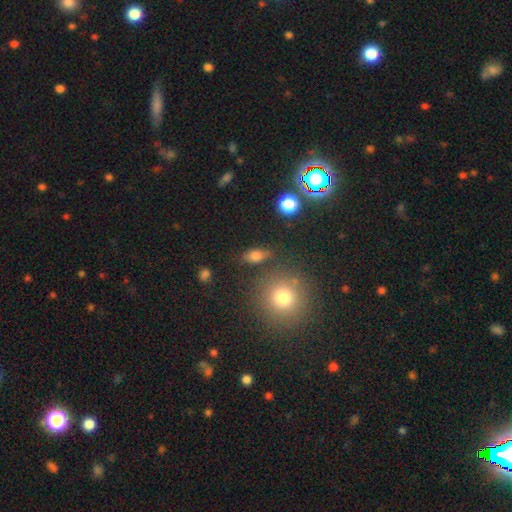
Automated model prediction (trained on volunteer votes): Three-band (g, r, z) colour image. It shows a smooth galaxy with no disk features (73%) that is in between round and cigar-shaped (78%). Merging: none (77%).